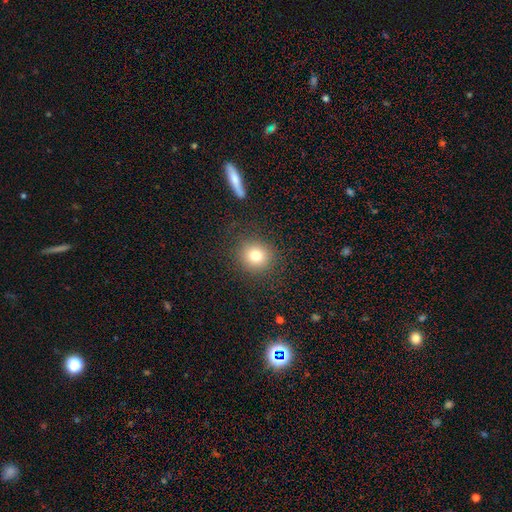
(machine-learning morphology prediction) smooth-or-featured: smooth: 77% | star or artifact: 13% | featured or disk: 10%
  how-rounded: round: 90% | in between: 9% | cigar-shaped: 1%
  merging: none: 87% | minor disturbance: 8% | major disturbance: 4% | merger: 1%